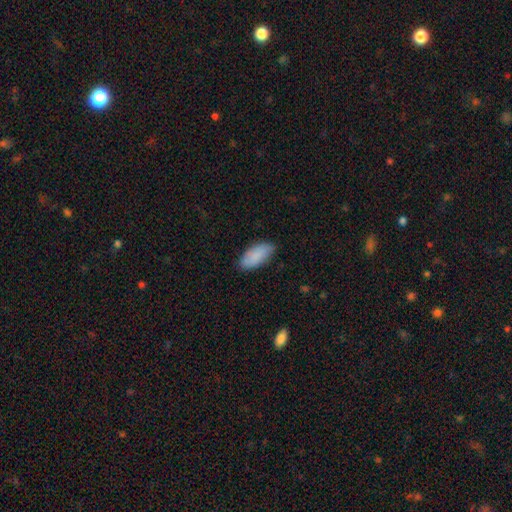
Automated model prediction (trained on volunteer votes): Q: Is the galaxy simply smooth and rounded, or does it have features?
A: smooth — 88%.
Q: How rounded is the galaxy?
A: in between — 89%.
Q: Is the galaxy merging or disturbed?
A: none — 83%.